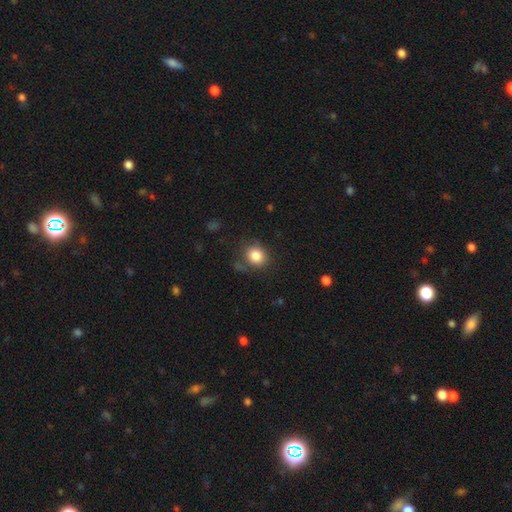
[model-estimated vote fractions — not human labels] Overall: smooth (84%). How rounded: round (73%). Merging: none (77%).